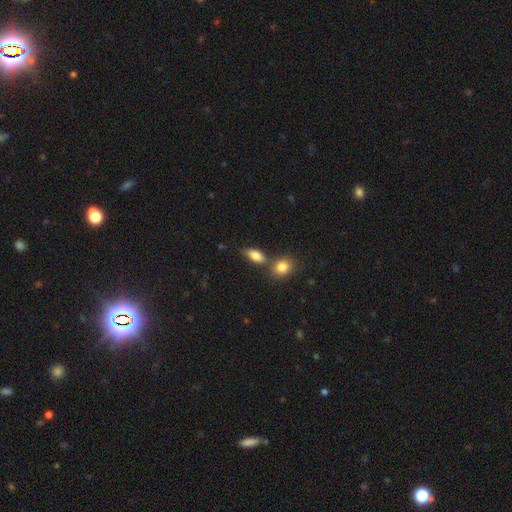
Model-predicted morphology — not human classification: Smooth or featured? Predicted: smooth (p=0.83). How rounded? Predicted: in between (p=0.84). Merging? Predicted: none (p=0.56).